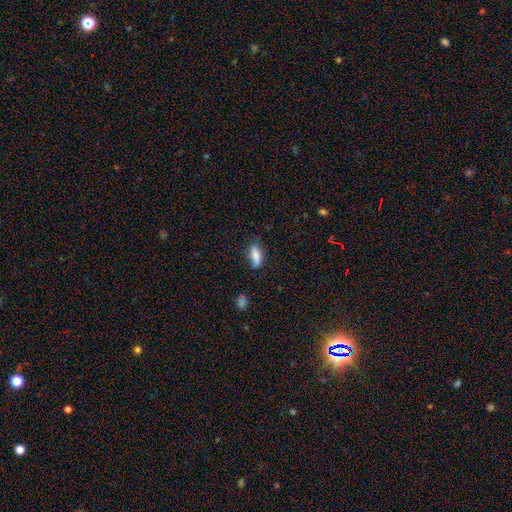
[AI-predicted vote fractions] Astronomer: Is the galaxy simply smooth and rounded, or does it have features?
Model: smooth — 83%.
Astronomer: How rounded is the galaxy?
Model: in between — 75%.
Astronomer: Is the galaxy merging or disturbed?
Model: none — 72%.